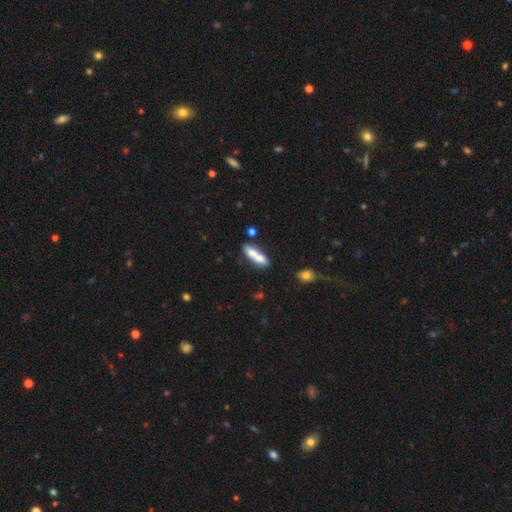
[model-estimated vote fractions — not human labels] Smooth or featured? Predicted: smooth (p=0.67). How rounded? Predicted: in between (p=0.55). Merging? Predicted: merger (p=0.55).